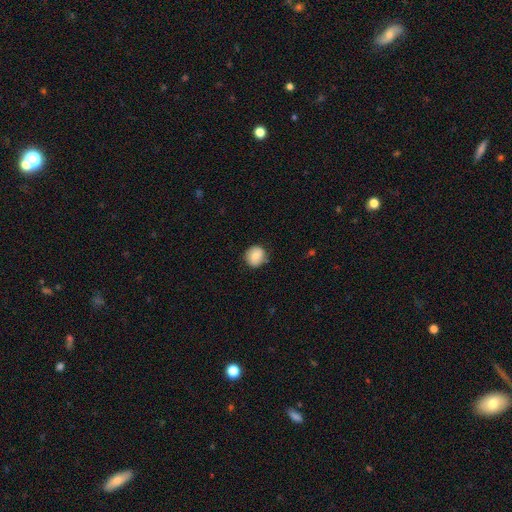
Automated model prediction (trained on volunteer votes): smooth_or_featured: smooth (p=0.80) [alt: featured or disk p=0.12]
how_rounded: round (p=0.88) [alt: in between p=0.11]
merging: none (p=0.82) [alt: minor disturbance p=0.14]